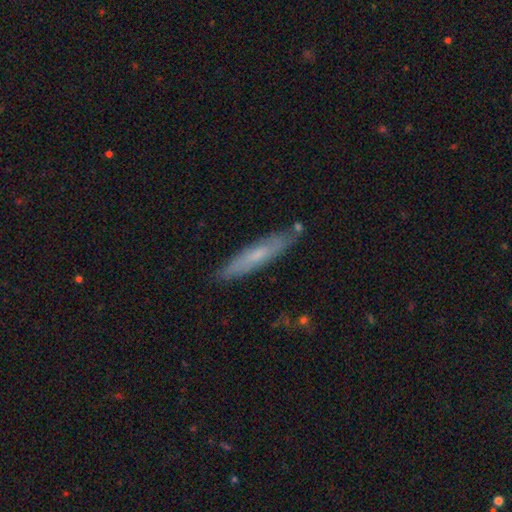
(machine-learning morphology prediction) A smooth galaxy with no disk features (54%) that is cigar-shaped (90%).

Vote fractions:
- Smooth or featured? smooth: 54% / featured or disk: 39% / star or artifact: 7%
- How rounded? cigar-shaped: 90% / in between: 8% / round: 1%
- Merging? none: 83% / minor disturbance: 12% / merger: 3% / major disturbance: 2%